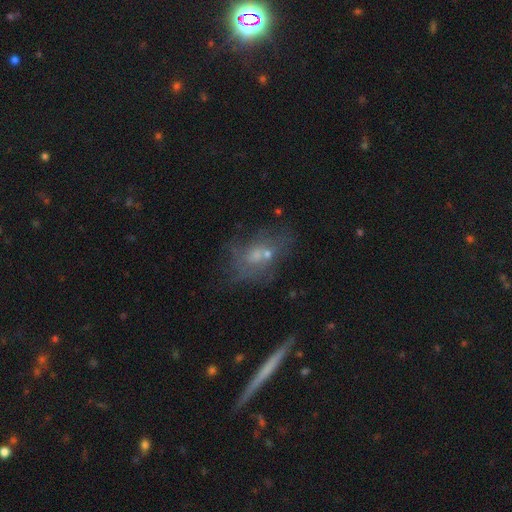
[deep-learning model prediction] Smooth or featured?
  - featured or disk: 45% *
  - smooth: 37%
  - star or artifact: 17%
Merging?
  - none: 42% *
  - merger: 24%
  - minor disturbance: 18%
  - major disturbance: 17%